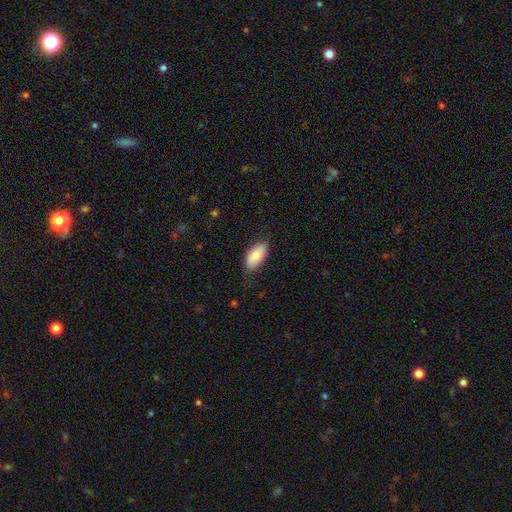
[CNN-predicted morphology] This is likely a smooth galaxy (80%). How rounded: clearly in between (93%). Merging: likely none (78%).